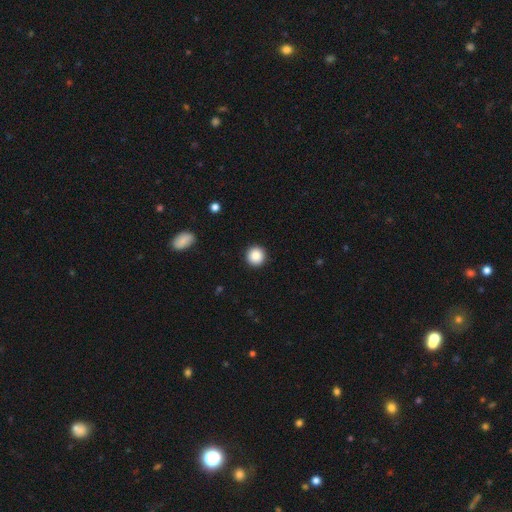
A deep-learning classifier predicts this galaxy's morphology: Smooth or featured? Predicted: smooth (p=0.88). How rounded? Predicted: round (p=0.95). Merging? Predicted: none (p=0.92).